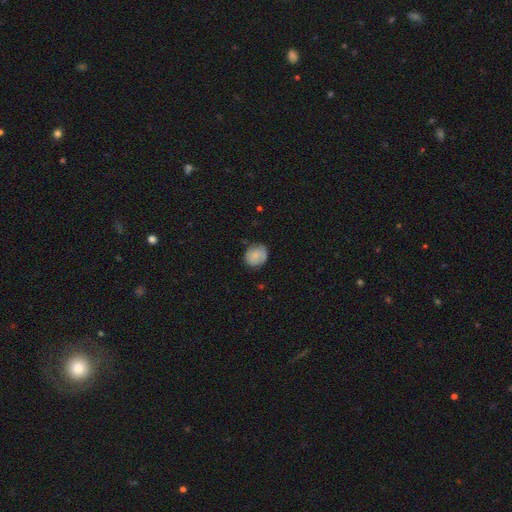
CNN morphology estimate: Overall: smooth (75%). How rounded: round (75%). Merging: none (70%).